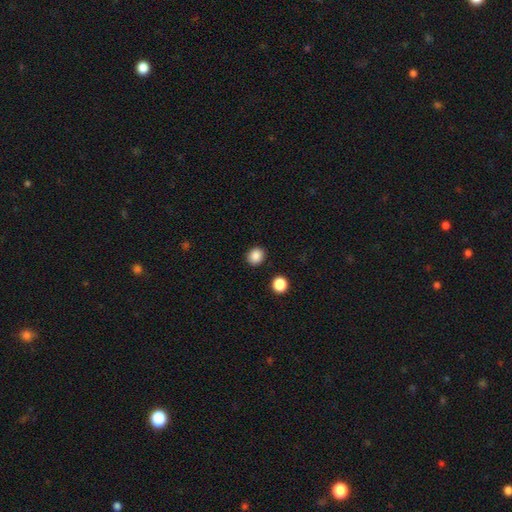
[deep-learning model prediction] A smooth galaxy with no disk features (87%) that is round (73%). Merging: none (88%).